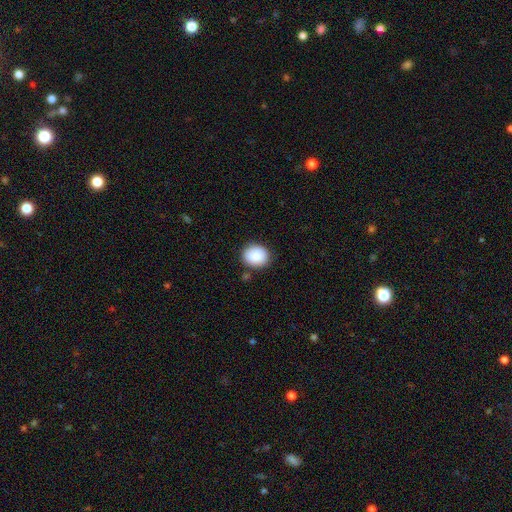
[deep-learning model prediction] Smooth or featured? Predicted: smooth (p=0.89). How rounded? Predicted: round (p=0.64). Merging? Predicted: none (p=0.83).